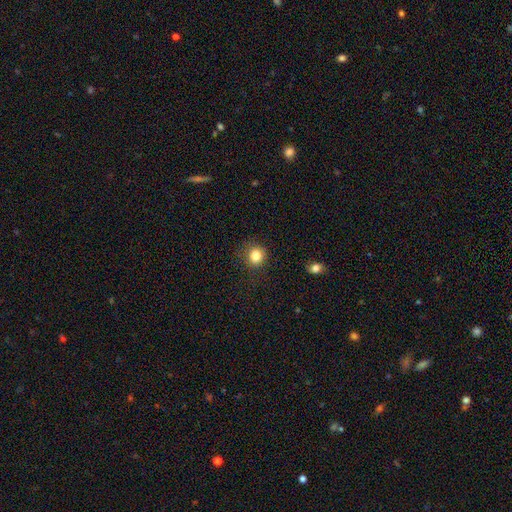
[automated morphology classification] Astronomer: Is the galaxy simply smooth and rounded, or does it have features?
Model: smooth — 83%.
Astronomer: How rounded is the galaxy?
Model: round — 88%.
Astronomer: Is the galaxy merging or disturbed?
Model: none — 85%.